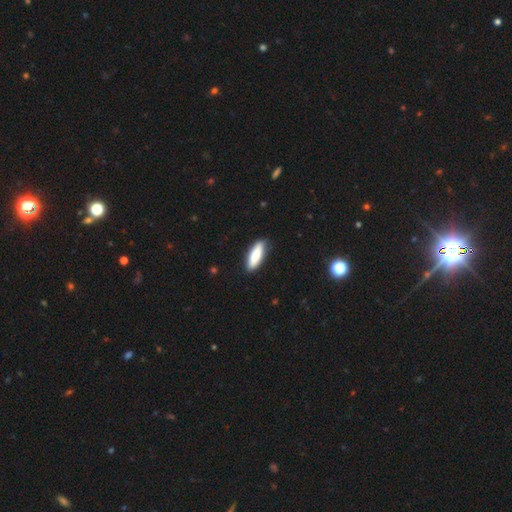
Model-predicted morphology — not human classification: Smooth or featured? Predicted: smooth (p=0.75). How rounded? Predicted: in between (p=0.53). Merging? Predicted: none (p=0.87).